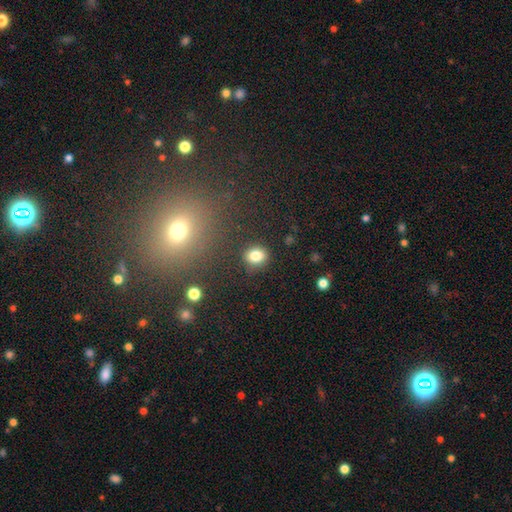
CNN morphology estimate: The model was most divided on "how rounded": round: 60%, in between: 38%, cigar-shaped: 1%. More confident: merging — none (84%); smooth or featured — smooth (82%).